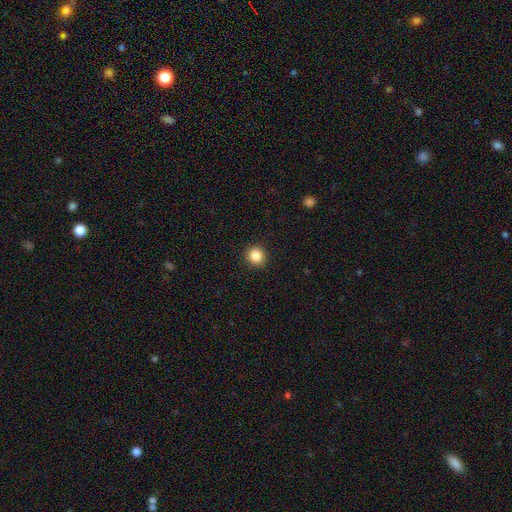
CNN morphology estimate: type=smooth (85%); roundness=round (90%); merging=none (92%).